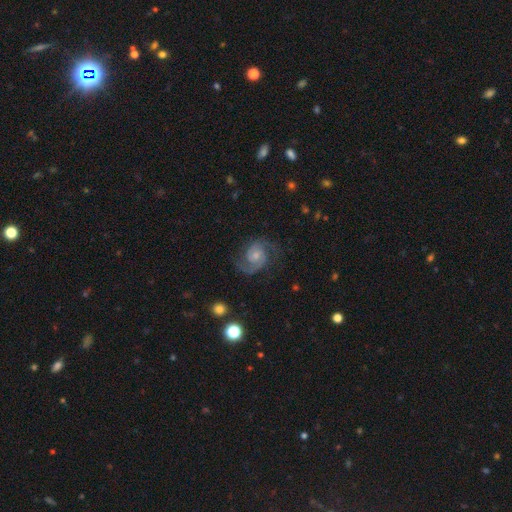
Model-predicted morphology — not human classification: Smooth or featured?
  - featured or disk: 89% *
  - smooth: 6%
  - star or artifact: 5%
Edge-on disk?
  - no: 98% *
  - yes: 2%
Bar?
  - no: 65% *
  - weak: 30%
  - strong: 5%
Spiral arms?
  - yes: 98% *
  - no: 2%
Spiral winding?
  - medium: 57% *
  - tight: 25%
  - loose: 18%
Spiral arm count?
  - 2: 93% *
  - can't tell: 2%
  - 3: 2%
  - 1: 1%
  - 4: 1%
  - more than 4: 1%
Bulge size?
  - small: 45% *
  - moderate: 42%
  - none: 7%
  - large: 5%
  - dominant: 1%
Merging?
  - none: 76% *
  - minor disturbance: 14%
  - major disturbance: 8%
  - merger: 1%